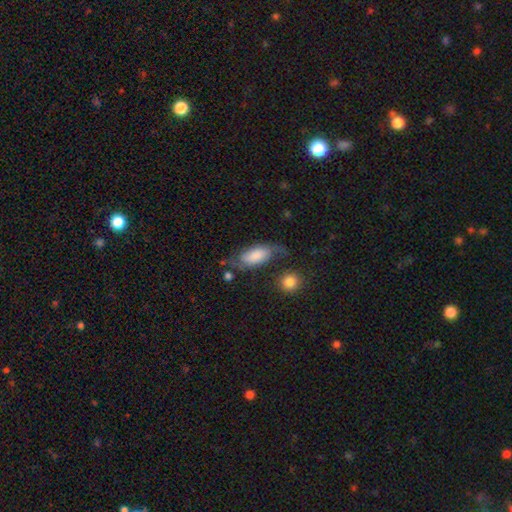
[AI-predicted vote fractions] Morphology: type=smooth (59%); roundness=in between (88%); merging=none (49%).